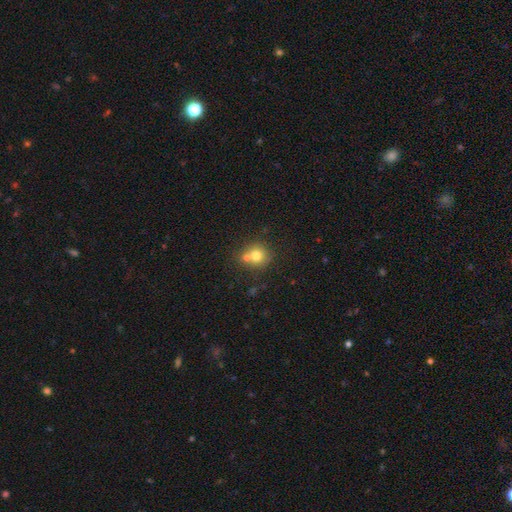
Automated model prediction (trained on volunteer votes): This appears to be a smooth galaxy with no disk features (74%) that is round (87%). Merging: none (52%).